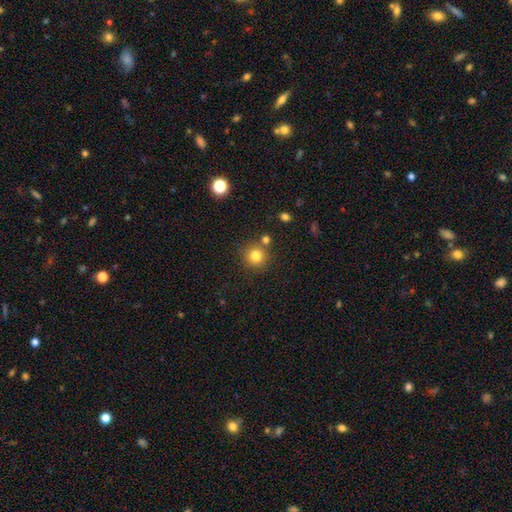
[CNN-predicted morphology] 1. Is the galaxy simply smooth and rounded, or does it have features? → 81% smooth, 13% star or artifact, 6% featured or disk.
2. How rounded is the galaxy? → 94% round, 5% in between, 1% cigar-shaped.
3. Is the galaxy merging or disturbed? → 80% none, 10% merger, 8% minor disturbance, 3% major disturbance.